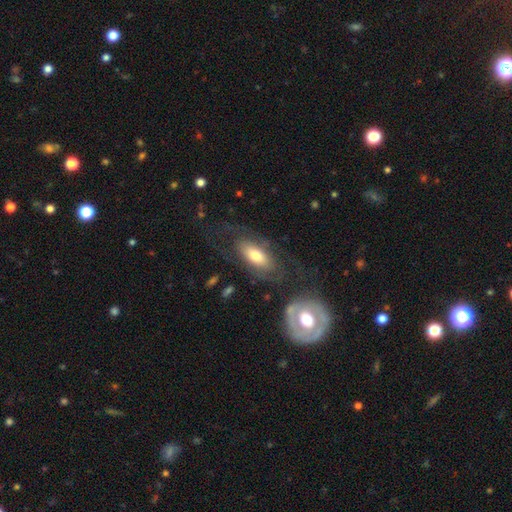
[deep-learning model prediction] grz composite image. It shows a featured or disk galaxy (47%). Merging: none (59%).